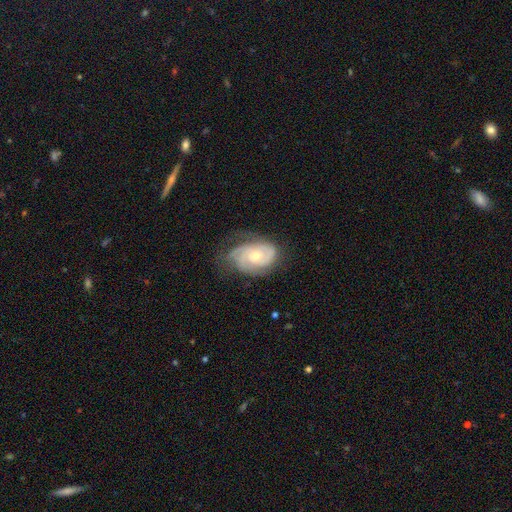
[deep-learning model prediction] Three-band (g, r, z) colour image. It shows a featured or disk galaxy (79%) with no bar (74%), can't tell (29%, tied with 3) tight (58%) spiral arms (93%) and a moderate central bulge (55%). Merging: none (59%).